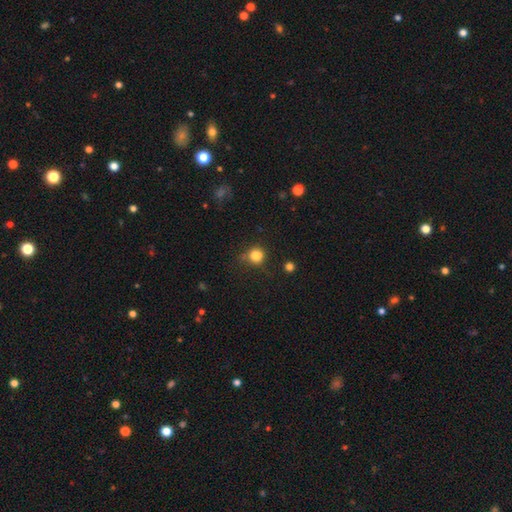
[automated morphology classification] Overall: smooth (80%). How rounded: round (80%). Merging: none (59%; minor disturbance 25%).